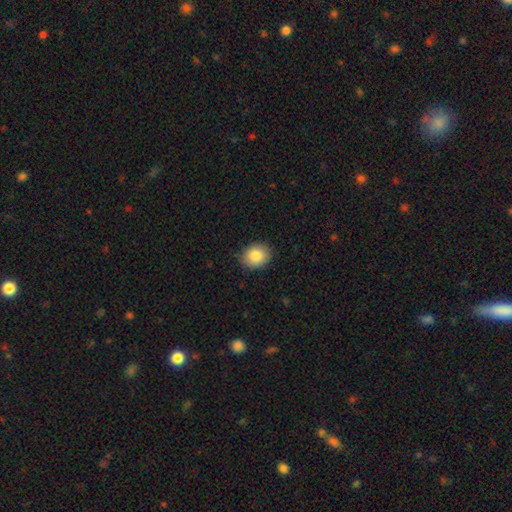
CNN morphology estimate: Overall: smooth (87%). How rounded: round (50%; in between 49%). Merging: none (87%).